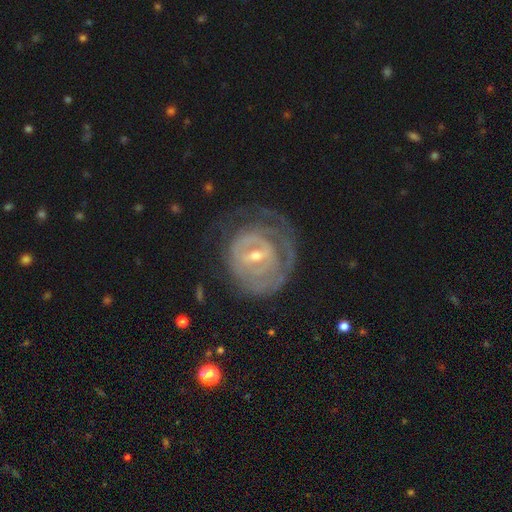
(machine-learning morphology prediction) Smooth or featured? Predicted: featured or disk (p=0.82). Edge-on disk? Predicted: no (p=0.96). Bar? Predicted: weak (p=0.50). Spiral arms? Predicted: yes (p=0.79). Spiral winding? Predicted: tight (p=0.74). Spiral arm count? Predicted: can't tell (p=0.50). Bulge size? Predicted: small (p=0.56). Merging? Predicted: none (p=0.56).